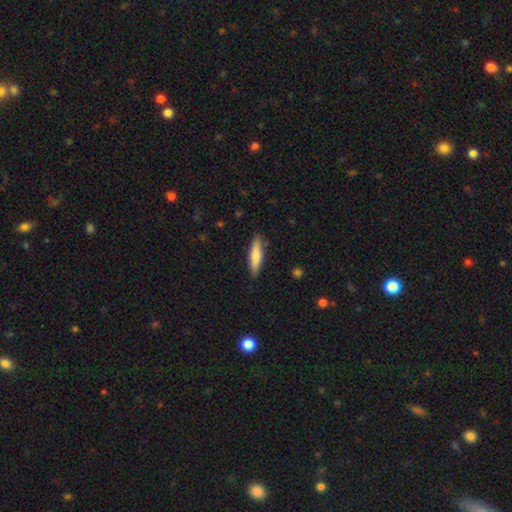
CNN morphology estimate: A smooth galaxy with no disk features (75%) that is cigar-shaped (72%). Merging: none (86%).